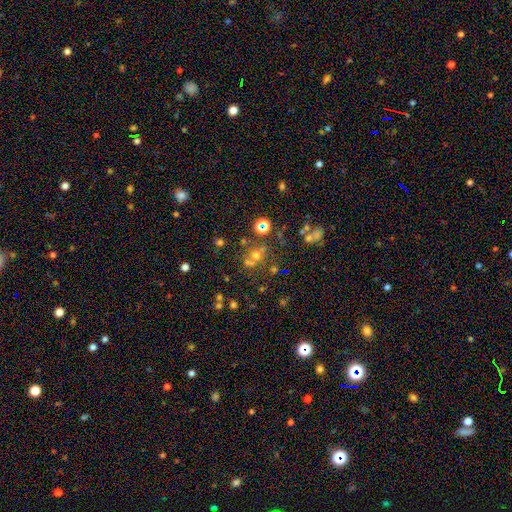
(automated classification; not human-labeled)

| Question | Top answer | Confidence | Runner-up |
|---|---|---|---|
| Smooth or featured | smooth | 43% | star or artifact (39%) |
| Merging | none | 57% | merger (26%) |